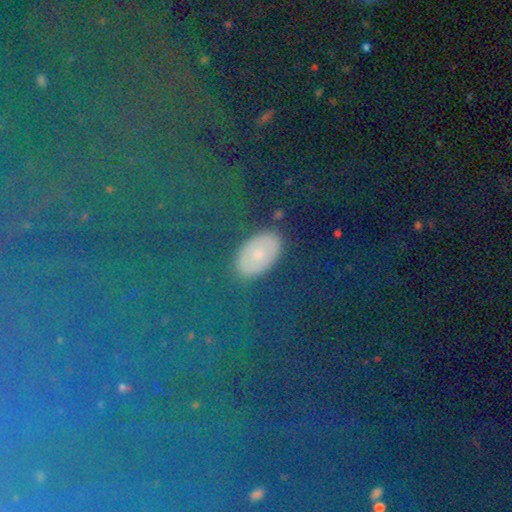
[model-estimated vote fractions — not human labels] smooth 54%, star or artifact 35%, featured or disk 12%. Down the decision tree: how rounded — in between (85%); merging — none (83%).